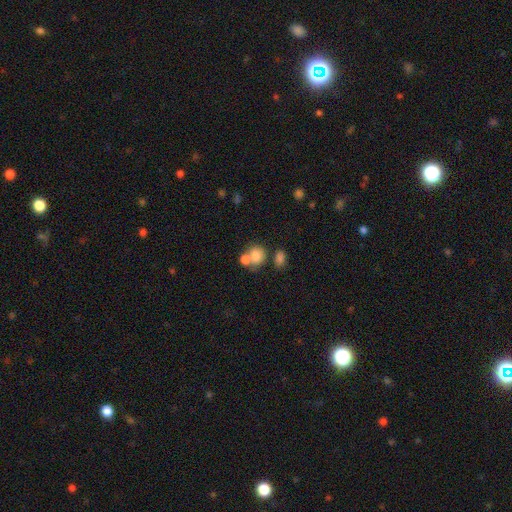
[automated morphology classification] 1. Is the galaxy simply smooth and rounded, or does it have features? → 79% smooth, 11% featured or disk, 10% star or artifact.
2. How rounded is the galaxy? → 64% round, 34% in between, 1% cigar-shaped.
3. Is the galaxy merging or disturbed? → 48% merger, 36% none, 10% minor disturbance, 6% major disturbance.